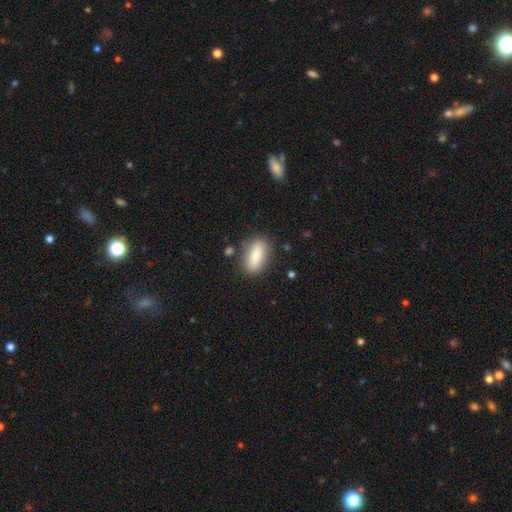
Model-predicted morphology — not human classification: A smooth galaxy with no disk features (84%) that is in between round and cigar-shaped (81%). Merging: none (81%).